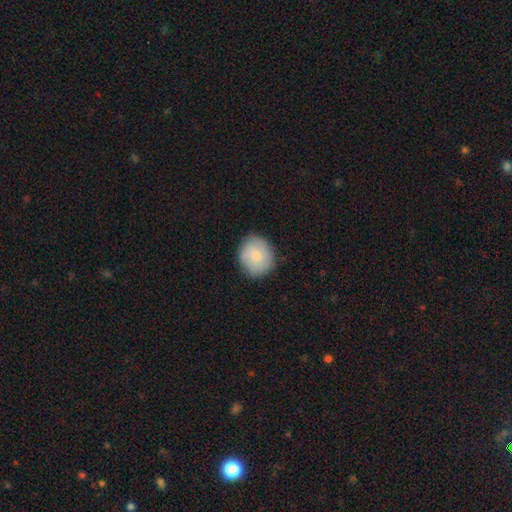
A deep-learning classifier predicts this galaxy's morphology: Smooth or featured?
  - smooth: 78% *
  - featured or disk: 15%
  - star or artifact: 6%
How rounded?
  - round: 79% *
  - in between: 20%
  - cigar-shaped: 1%
Merging?
  - none: 83% *
  - minor disturbance: 13%
  - major disturbance: 3%
  - merger: 1%